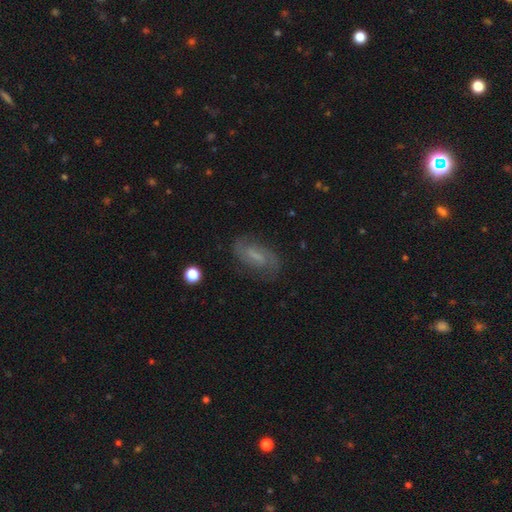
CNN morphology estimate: smooth-or-featured: featured or disk: 67% | smooth: 24% | star or artifact: 9%
  disk-edge-on: no: 94% | yes: 6%
    bar: weak: 52% | strong: 26% | no: 22%
    has-spiral-arms: yes: 90% | no: 10%
      spiral-winding: medium: 48% | tight: 27% | loose: 25%
      spiral-arm-count: 2: 81% | can't tell: 12% | 1: 3% | 3: 2% | 4: 1% | more than 4: 1%
    bulge-size: none: 39% | small: 36% | moderate: 20% | large: 4% | dominant: 1%
  merging: none: 77% | minor disturbance: 15% | major disturbance: 6% | merger: 1%